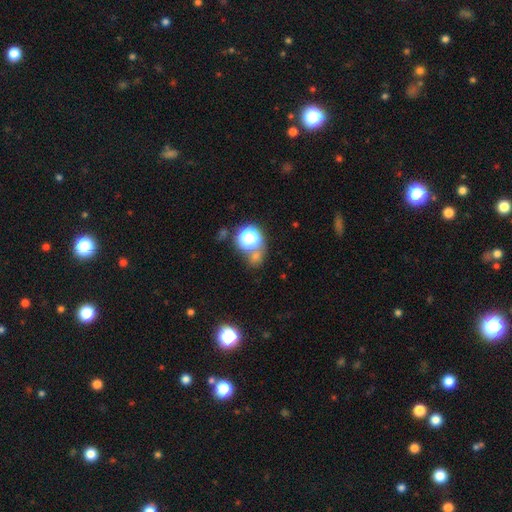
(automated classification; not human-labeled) Q: Smooth or featured?
A: star or artifact (46%); runner-up: smooth (45%)